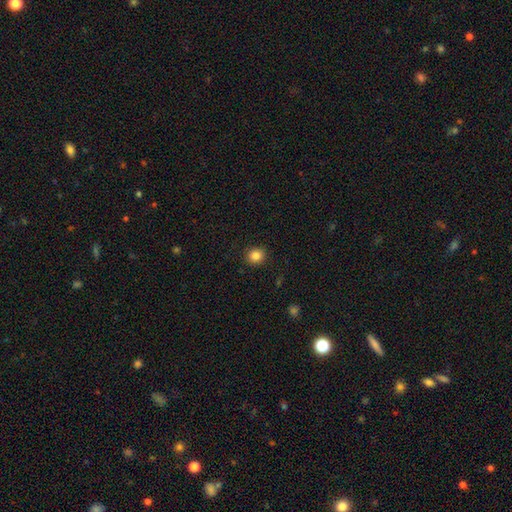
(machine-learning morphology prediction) A smooth galaxy with no disk features (85%) that is round (83%).

Vote fractions:
- Smooth or featured? smooth: 85% / star or artifact: 11% / featured or disk: 5%
- How rounded? round: 83% / in between: 16% / cigar-shaped: 1%
- Merging? none: 91% / minor disturbance: 6% / major disturbance: 2% / merger: 1%